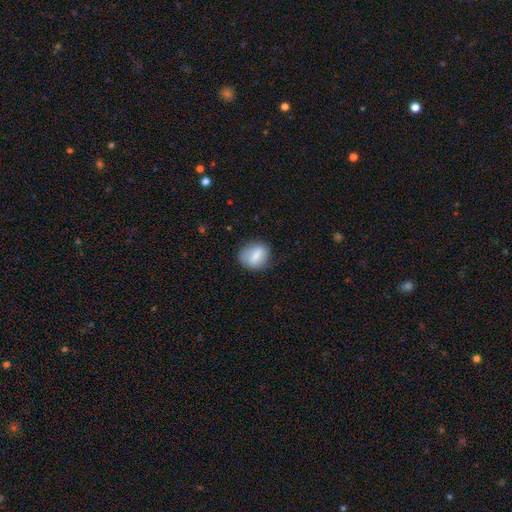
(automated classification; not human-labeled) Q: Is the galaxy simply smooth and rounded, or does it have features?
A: smooth — 76%.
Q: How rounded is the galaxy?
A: round — 50%.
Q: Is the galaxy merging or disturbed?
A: none — 74%.